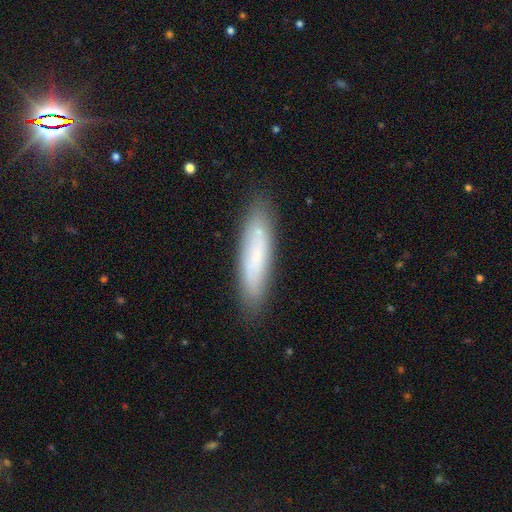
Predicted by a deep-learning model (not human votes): This is likely a smooth galaxy (64%). How rounded: likely cigar-shaped (76%). Merging: clearly none (83%).